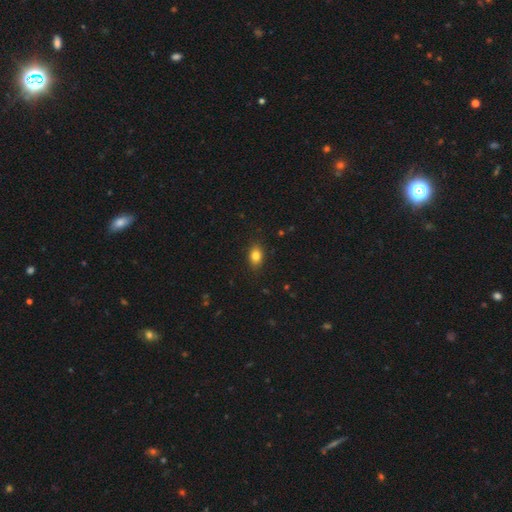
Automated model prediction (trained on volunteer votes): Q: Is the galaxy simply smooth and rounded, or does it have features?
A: smooth — 82%.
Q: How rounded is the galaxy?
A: in between — 77%.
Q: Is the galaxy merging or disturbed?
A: none — 87%.